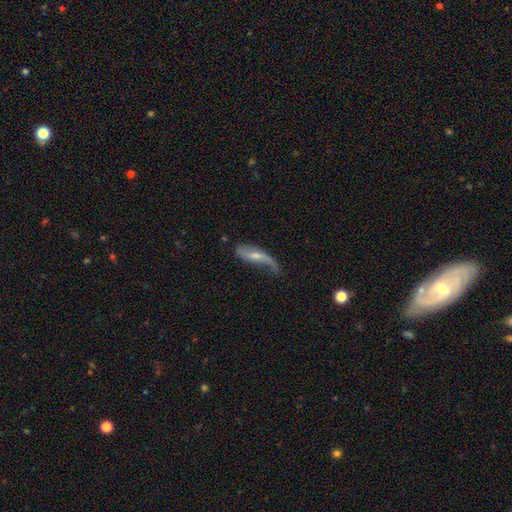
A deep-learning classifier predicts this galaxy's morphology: featured or disk 67%, smooth 26%, star or artifact 7%. Down the decision tree: edge-on disk — no (79%); bar — no (51%); spiral arms — yes (85%); bulge size — small (53%); merging — none (39%).